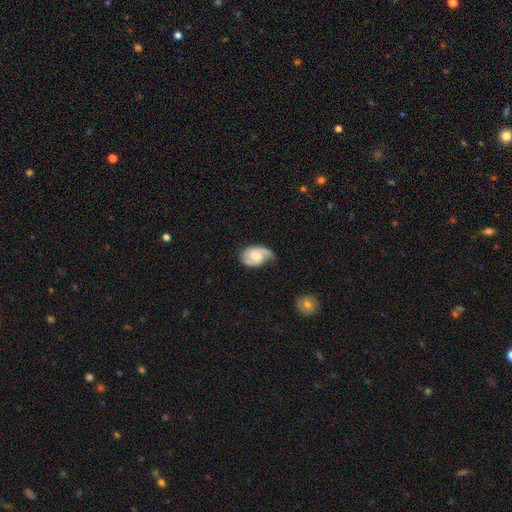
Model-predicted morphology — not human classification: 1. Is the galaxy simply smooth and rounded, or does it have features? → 60% featured or disk, 33% smooth, 7% star or artifact.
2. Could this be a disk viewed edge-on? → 97% no, 3% yes.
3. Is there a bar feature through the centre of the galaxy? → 53% no, 39% weak, 8% strong.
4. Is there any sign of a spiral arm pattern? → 90% yes, 10% no.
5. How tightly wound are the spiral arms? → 43% medium, 34% tight, 23% loose.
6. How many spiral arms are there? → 60% 2, 27% 1, 10% can't tell, 2% 3, 1% 4, 1% more than 4.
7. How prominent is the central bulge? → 43% moderate, 35% small, 11% none, 9% large, 2% dominant.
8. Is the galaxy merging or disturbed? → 42% none, 38% minor disturbance, 17% major disturbance, 2% merger.